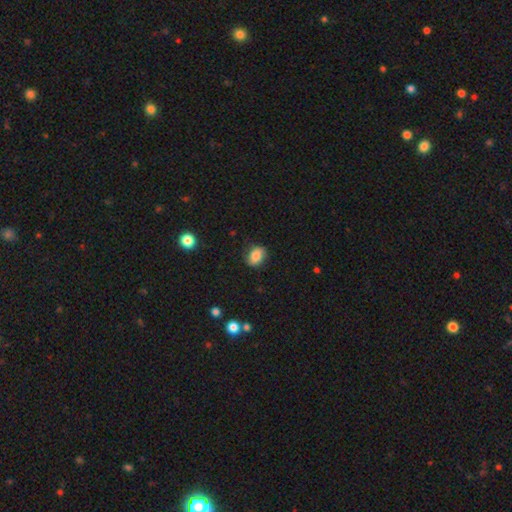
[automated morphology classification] This appears to be a smooth galaxy with no disk features (78%) that is in between round and cigar-shaped (67%). Merging: none (80%).